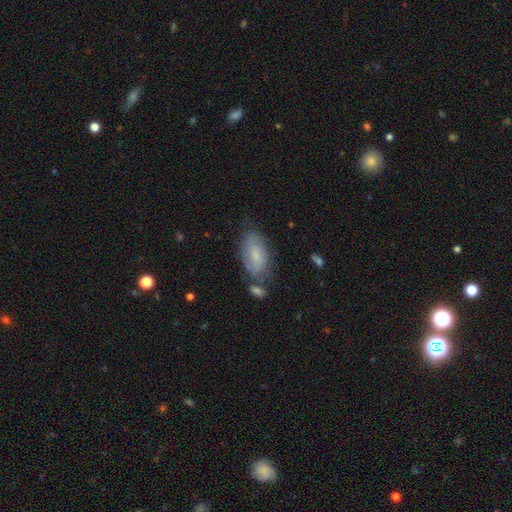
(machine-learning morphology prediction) This is likely a smooth galaxy (71%). How rounded: clearly in between (92%). Merging: possibly none (60%).